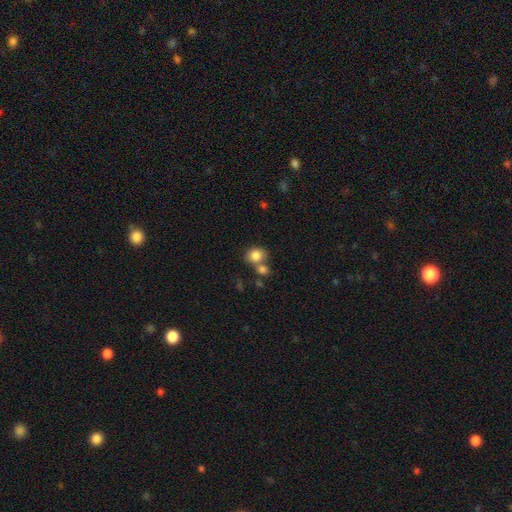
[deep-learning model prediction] This is clearly a smooth galaxy (83%). How rounded: likely round (63%). Merging: possibly none (52%).